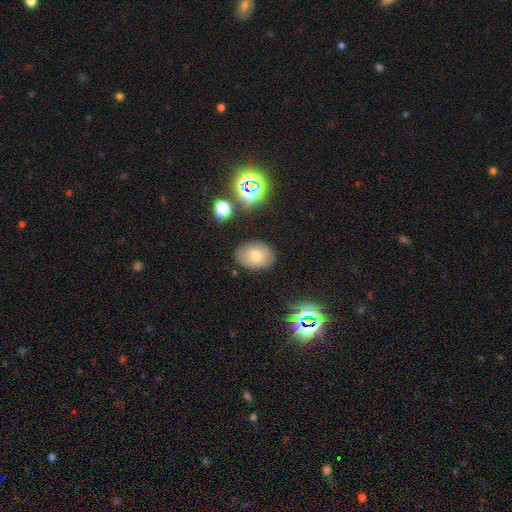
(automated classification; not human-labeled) Smooth or featured? Predicted: smooth (p=0.72). How rounded? Predicted: in between (p=0.68). Merging? Predicted: none (p=0.83).